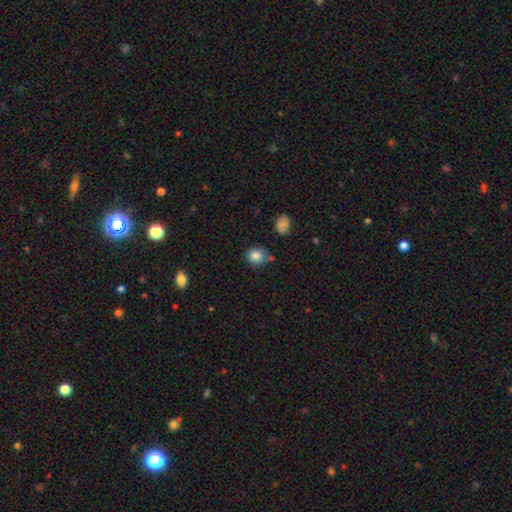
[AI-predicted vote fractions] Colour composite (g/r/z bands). It shows a smooth galaxy with no disk features (84%) that is round (75%). Merging: none (68%).